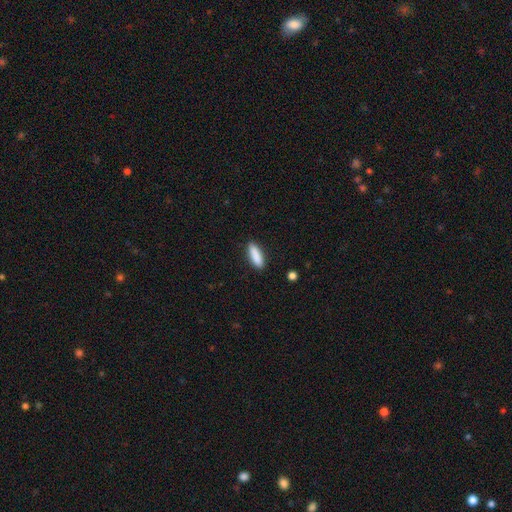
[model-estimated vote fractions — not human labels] Q: Smooth or featured?
A: smooth (89%); runner-up: star or artifact (6%)
Q: How rounded?
A: cigar-shaped (50%); runner-up: in between (48%)
Q: Merging?
A: none (88%); runner-up: minor disturbance (8%)